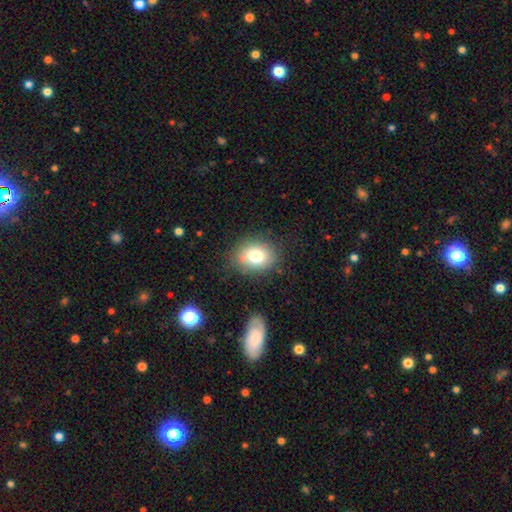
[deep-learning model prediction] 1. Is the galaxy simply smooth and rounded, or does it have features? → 76% smooth, 13% featured or disk, 11% star or artifact.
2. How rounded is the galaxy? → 53% in between, 46% round, 1% cigar-shaped.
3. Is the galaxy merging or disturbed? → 82% none, 12% minor disturbance, 4% major disturbance, 2% merger.